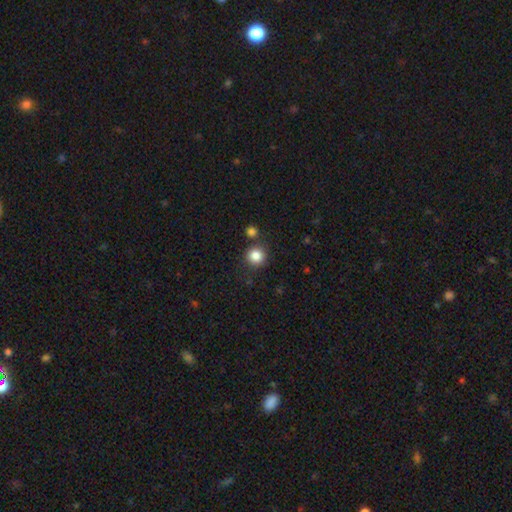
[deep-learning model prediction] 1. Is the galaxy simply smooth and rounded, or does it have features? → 85% smooth, 11% star or artifact, 4% featured or disk.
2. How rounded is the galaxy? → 93% round, 6% in between, 1% cigar-shaped.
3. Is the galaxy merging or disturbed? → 81% none, 8% minor disturbance, 8% merger, 3% major disturbance.